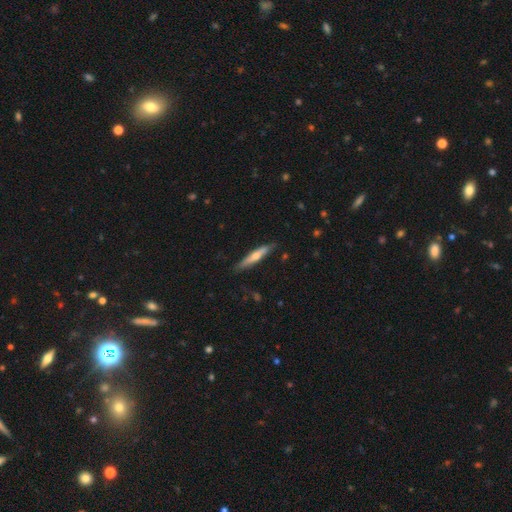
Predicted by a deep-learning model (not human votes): Smooth or featured? Predicted: featured or disk (p=0.52). Edge-on disk? Predicted: yes (p=0.93). Merging? Predicted: none (p=0.85).